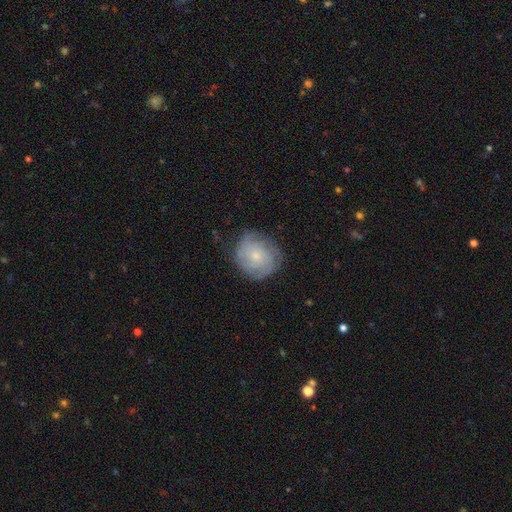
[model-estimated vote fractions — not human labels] Smooth or featured?
  - featured or disk: 47% *
  - smooth: 45%
  - star or artifact: 8%
Merging?
  - none: 72% *
  - minor disturbance: 21%
  - major disturbance: 7%
  - merger: 1%